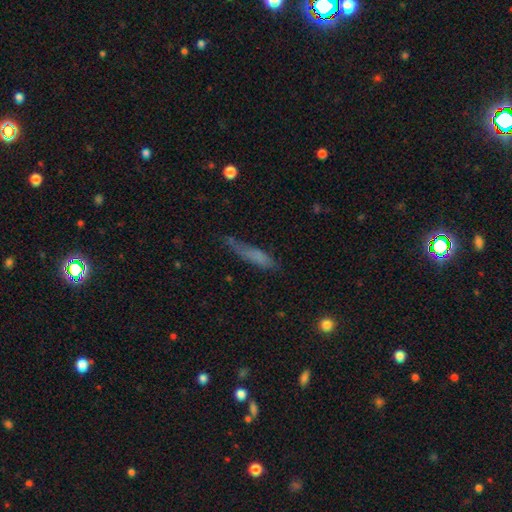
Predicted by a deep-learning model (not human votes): Smooth or featured? Predicted: smooth (p=0.67). How rounded? Predicted: cigar-shaped (p=0.81). Merging? Predicted: none (p=0.52).